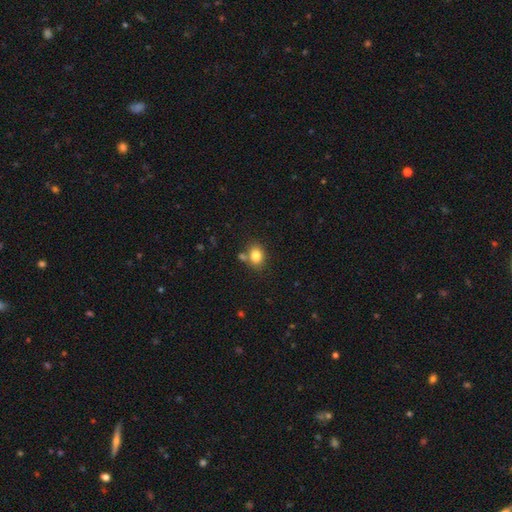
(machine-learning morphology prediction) Smooth or featured: smooth — 82% (star or artifact — 10%)
How rounded: in between — 51% (round — 48%)
Merging: none — 67% (merger — 17%)